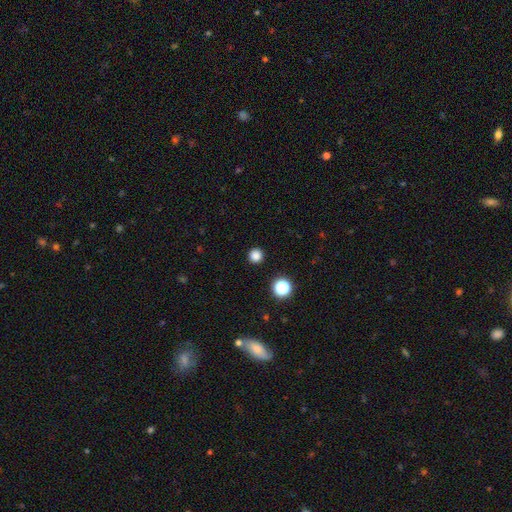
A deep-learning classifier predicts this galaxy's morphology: Smooth or featured? smooth (83%)
How rounded? round (96%)
Merging? none (93%)